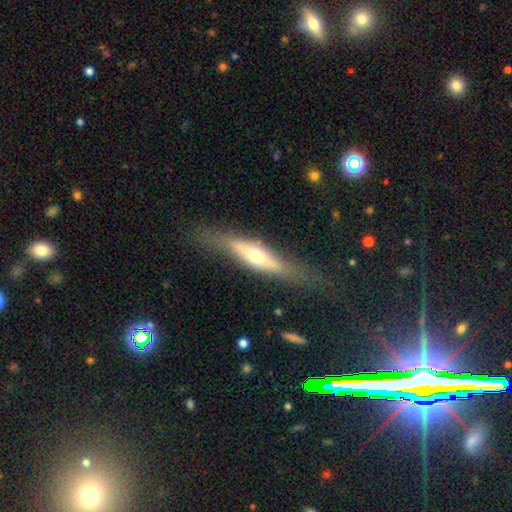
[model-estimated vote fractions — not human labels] This appears to be a featured or disk galaxy (58%) viewed edge-on (83%). Merging: none (72%).